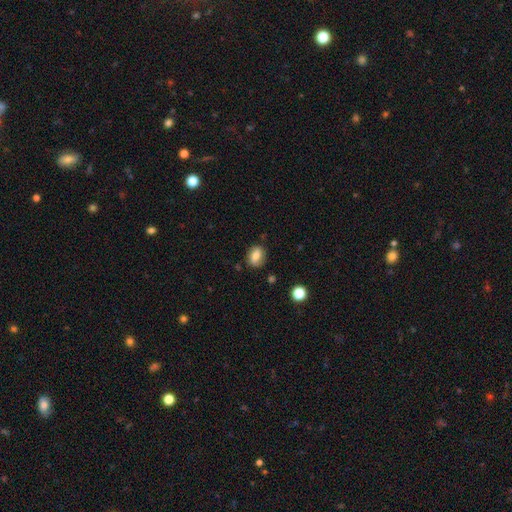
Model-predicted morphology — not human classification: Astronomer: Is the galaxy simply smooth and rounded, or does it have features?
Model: smooth — 68%.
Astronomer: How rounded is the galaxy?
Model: in between — 60% (runner-up: round, 38%).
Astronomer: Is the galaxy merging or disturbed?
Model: none — 75%.